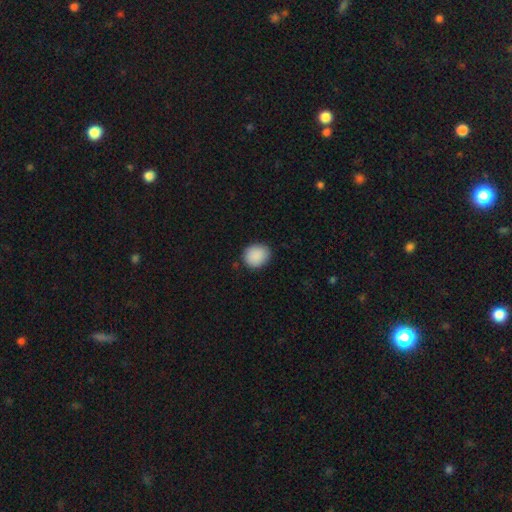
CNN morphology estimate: The model was most divided on "how rounded": round: 72%, in between: 27%, cigar-shaped: 1%. More confident: smooth or featured — smooth (90%); merging — none (85%).